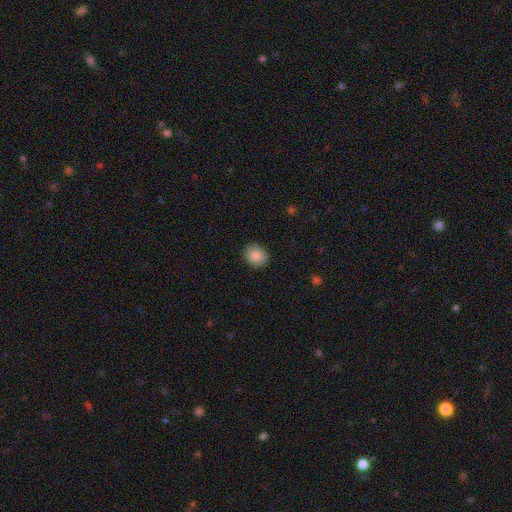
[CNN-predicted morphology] A smooth galaxy with no disk features (88%) that is round (64%).

Vote fractions:
- Smooth or featured? smooth: 88% / star or artifact: 8% / featured or disk: 4%
- How rounded? round: 64% / in between: 35% / cigar-shaped: 1%
- Merging? none: 89% / minor disturbance: 8% / major disturbance: 2% / merger: 1%